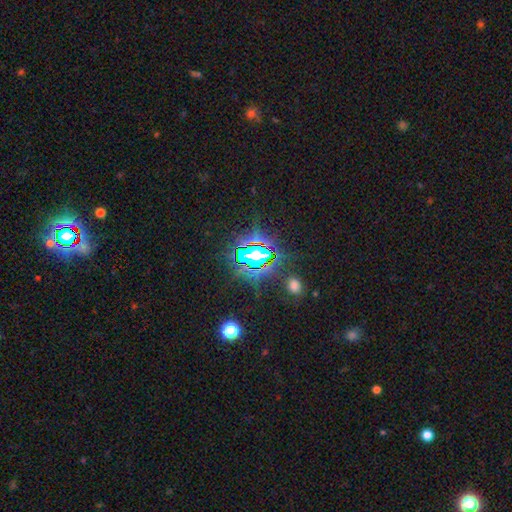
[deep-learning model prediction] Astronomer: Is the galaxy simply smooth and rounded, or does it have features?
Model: star or artifact — 77%.